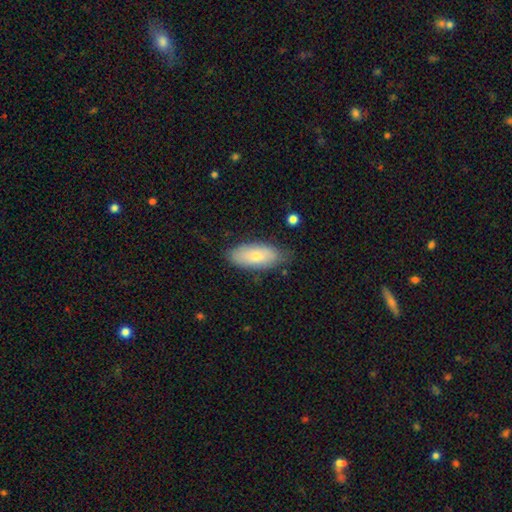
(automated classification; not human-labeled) Smooth or featured?
  - smooth: 71% *
  - featured or disk: 23%
  - star or artifact: 6%
How rounded?
  - in between: 88% *
  - cigar-shaped: 10%
  - round: 3%
Merging?
  - none: 75% *
  - minor disturbance: 20%
  - major disturbance: 4%
  - merger: 2%